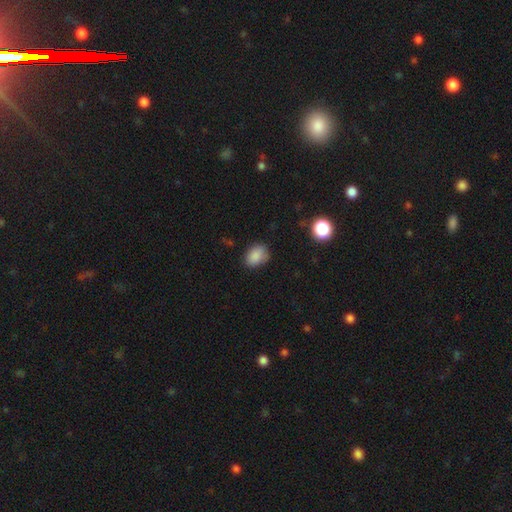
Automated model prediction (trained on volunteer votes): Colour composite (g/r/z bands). It shows a smooth galaxy with no disk features (86%) that is in between round and cigar-shaped (69%). Merging: none (76%).